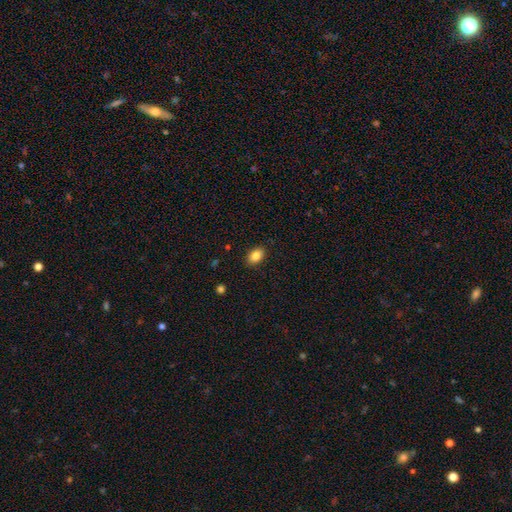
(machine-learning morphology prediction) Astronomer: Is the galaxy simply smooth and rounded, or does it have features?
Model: smooth — 86%.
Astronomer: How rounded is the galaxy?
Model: in between — 82%.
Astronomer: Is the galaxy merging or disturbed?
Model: none — 88%.